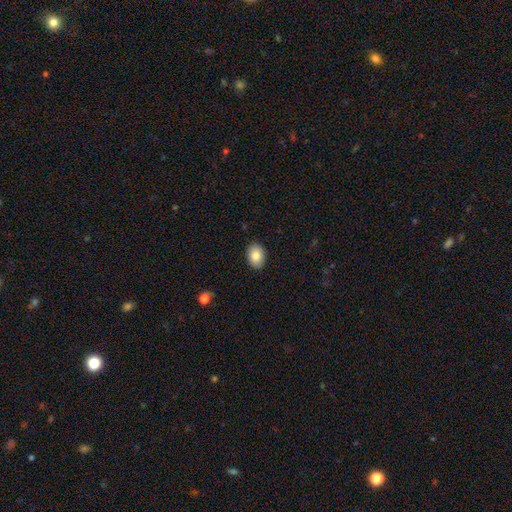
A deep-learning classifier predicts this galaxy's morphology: type=smooth (84%); roundness=in between (79%); merging=none (88%).